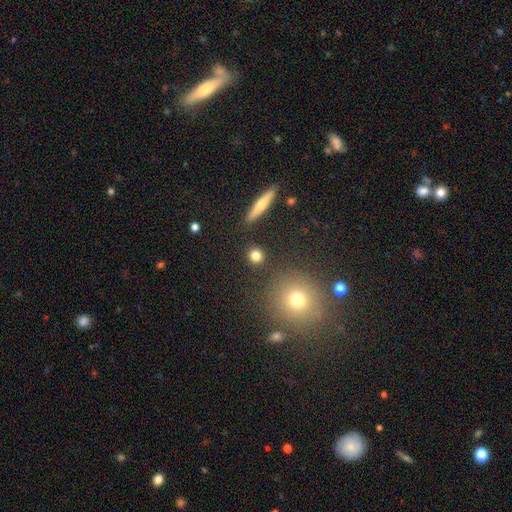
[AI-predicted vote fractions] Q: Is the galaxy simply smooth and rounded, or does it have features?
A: smooth — 81%.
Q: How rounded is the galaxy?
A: round — 88%.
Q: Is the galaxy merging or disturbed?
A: none — 89%.